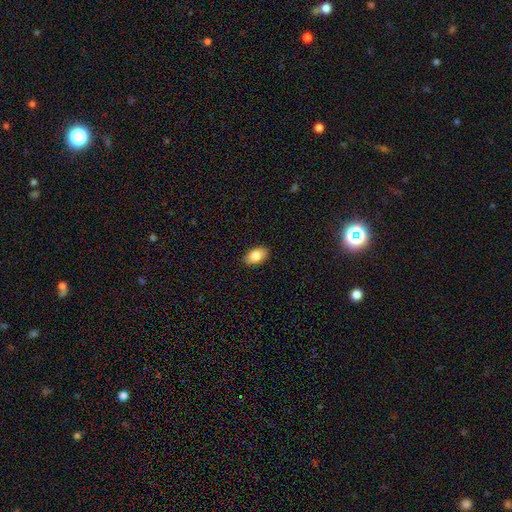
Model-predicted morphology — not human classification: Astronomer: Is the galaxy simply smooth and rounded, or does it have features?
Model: smooth — 81%.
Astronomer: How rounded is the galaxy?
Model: in between — 92%.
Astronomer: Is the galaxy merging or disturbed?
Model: none — 89%.